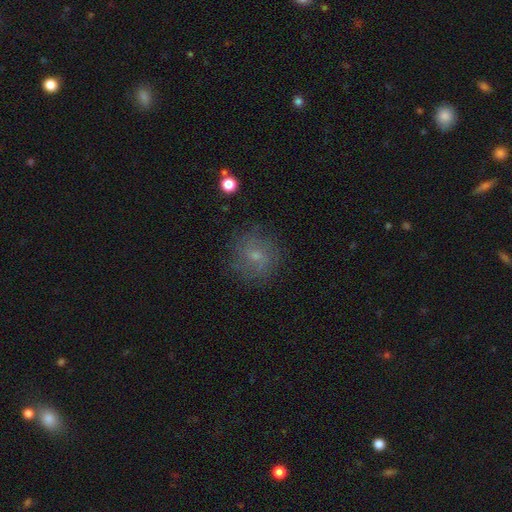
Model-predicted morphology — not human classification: Q: Smooth or featured?
A: smooth (49%); runner-up: featured or disk (37%)
Q: Merging?
A: none (79%); runner-up: minor disturbance (14%)